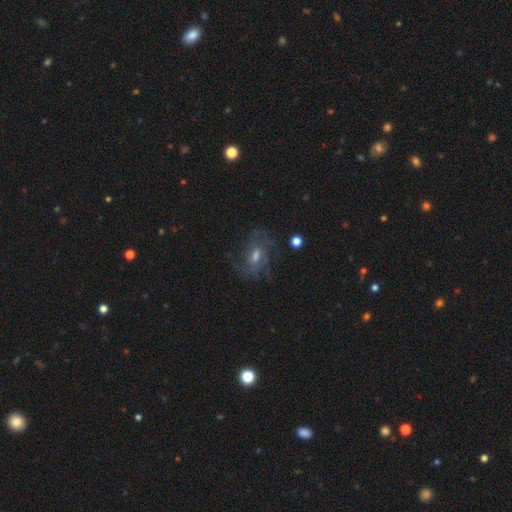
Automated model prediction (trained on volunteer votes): The model was most divided on "bar" (2-way tie): no: 45%, weak: 45%, strong: 10%. More confident: edge-on disk — no (95%); spiral arms — yes (81%); merging — none (68%); smooth or featured — featured or disk (64%); bulge size — moderate (56%).